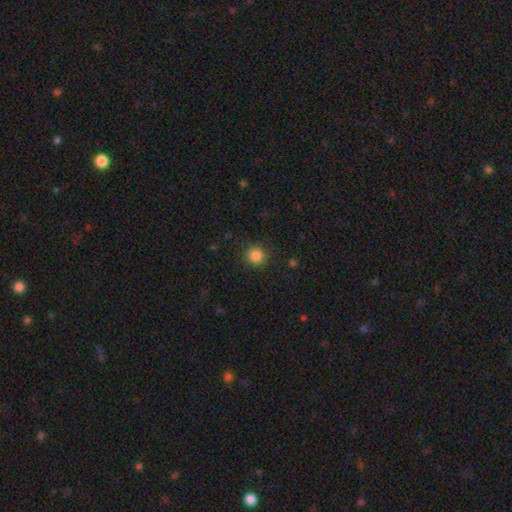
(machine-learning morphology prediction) smooth_or_featured: smooth (p=0.85) [alt: star or artifact p=0.11]
how_rounded: round (p=0.94) [alt: in between p=0.05]
merging: none (p=0.89) [alt: minor disturbance p=0.07]